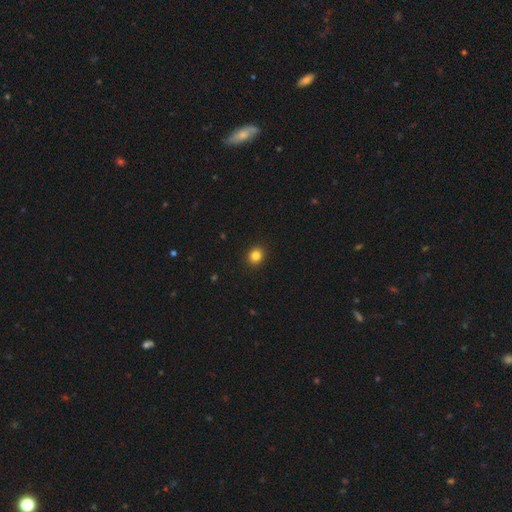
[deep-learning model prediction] smooth_or_featured: smooth (p=0.84) [alt: star or artifact p=0.11]
how_rounded: round (p=0.72) [alt: in between p=0.27]
merging: none (p=0.92) [alt: minor disturbance p=0.06]